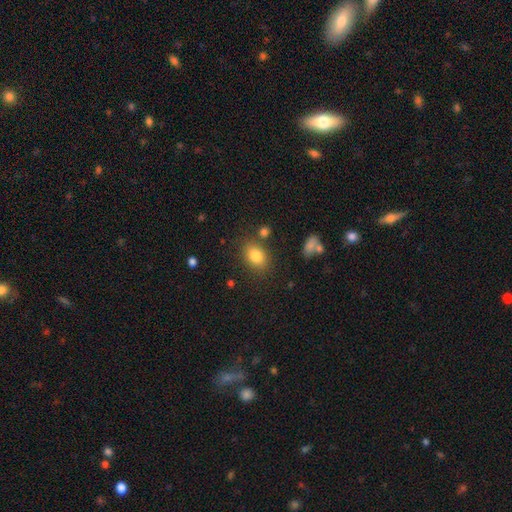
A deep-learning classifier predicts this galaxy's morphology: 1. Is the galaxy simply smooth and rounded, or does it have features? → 82% smooth, 10% star or artifact, 8% featured or disk.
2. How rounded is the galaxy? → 72% in between, 27% round, 1% cigar-shaped.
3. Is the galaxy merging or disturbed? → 77% none, 12% minor disturbance, 6% merger, 4% major disturbance.